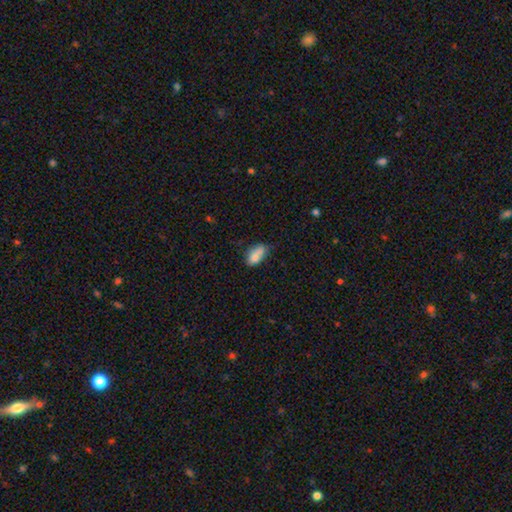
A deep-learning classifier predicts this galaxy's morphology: Overall: smooth (79%). How rounded: in between (89%). Merging: none (39%; minor disturbance 34%).